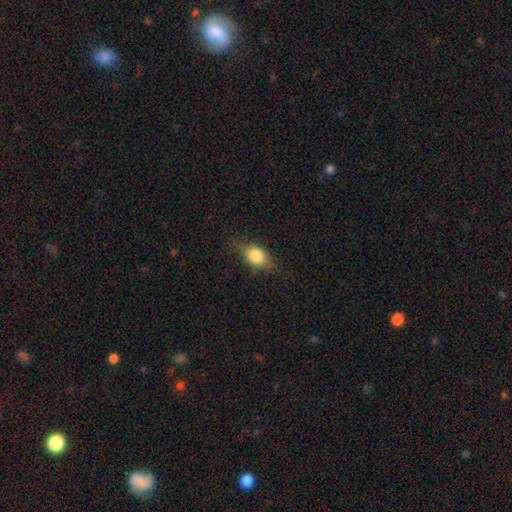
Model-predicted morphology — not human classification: Smooth or featured? Predicted: smooth (p=0.76). How rounded? Predicted: in between (p=0.77). Merging? Predicted: none (p=0.73).